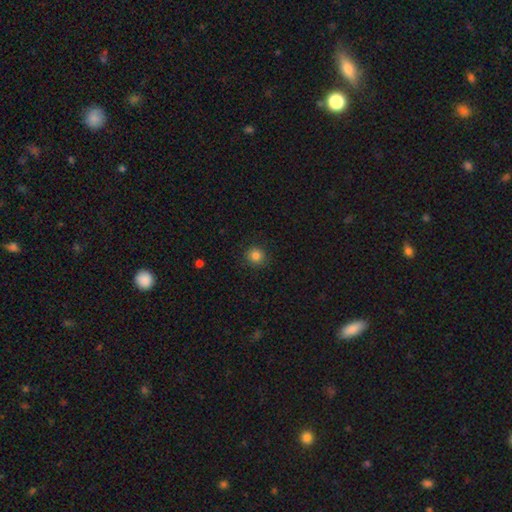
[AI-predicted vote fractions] Overall: smooth (84%). How rounded: round (92%). Merging: none (91%).